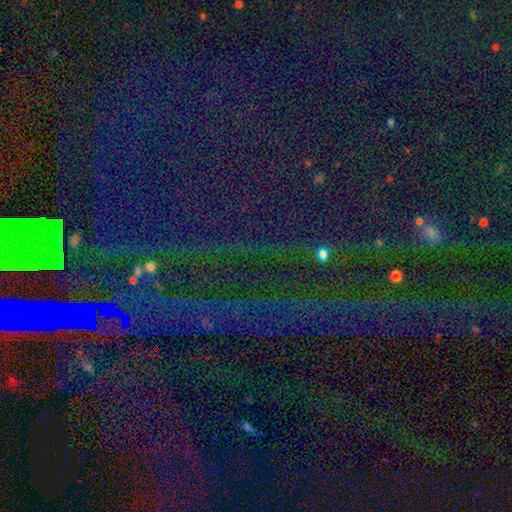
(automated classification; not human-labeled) This is clearly a star or artifact rather than a galaxy (85%).